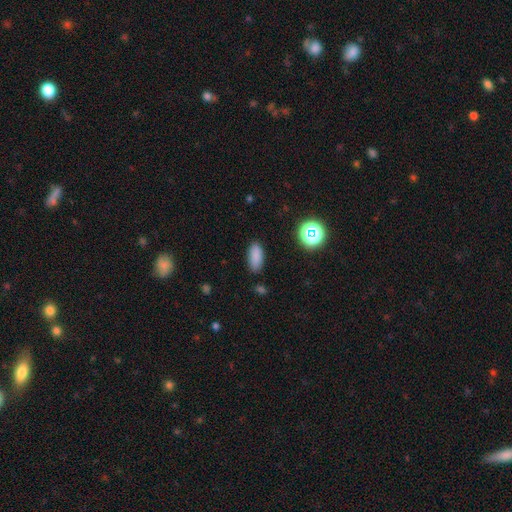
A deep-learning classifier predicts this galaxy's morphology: Smooth or featured? smooth (84%)
How rounded? in between (84%)
Merging? none (86%)